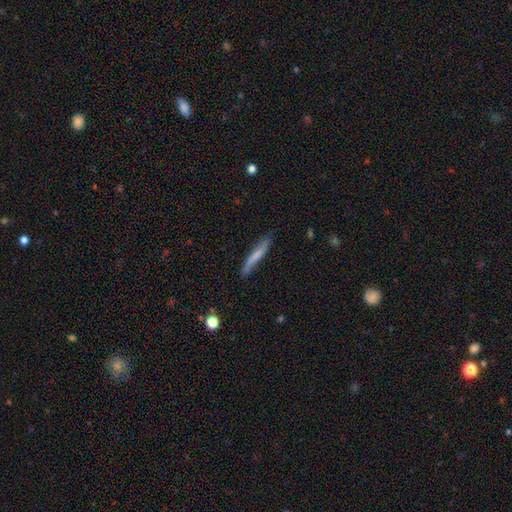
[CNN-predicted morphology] A smooth galaxy with no disk features (57%) that is cigar-shaped (93%). Merging: none (77%).